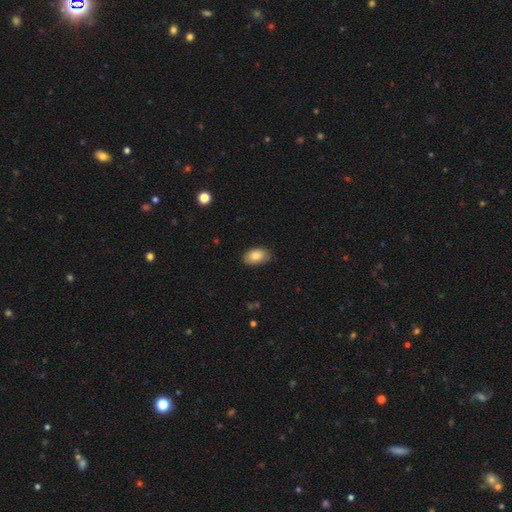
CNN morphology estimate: Smooth or featured?
  - smooth: 84% *
  - featured or disk: 9%
  - star or artifact: 7%
How rounded?
  - in between: 91% *
  - round: 8%
  - cigar-shaped: 1%
Merging?
  - none: 81% *
  - minor disturbance: 16%
  - major disturbance: 3%
  - merger: 1%